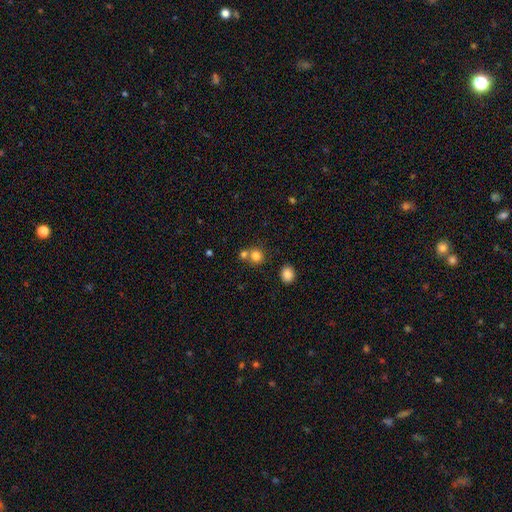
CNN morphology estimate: Smooth or featured? Predicted: smooth (p=0.79). How rounded? Predicted: round (p=0.85). Merging? Predicted: none (p=0.56).